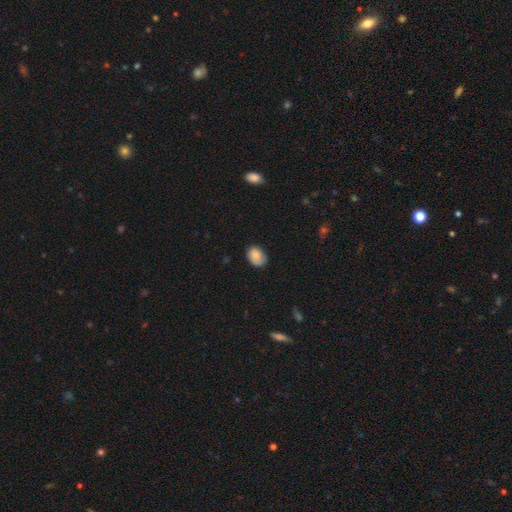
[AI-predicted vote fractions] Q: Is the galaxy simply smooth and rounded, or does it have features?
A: smooth — 82%.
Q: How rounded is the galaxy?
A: in between — 74%.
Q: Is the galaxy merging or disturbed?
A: none — 68%.